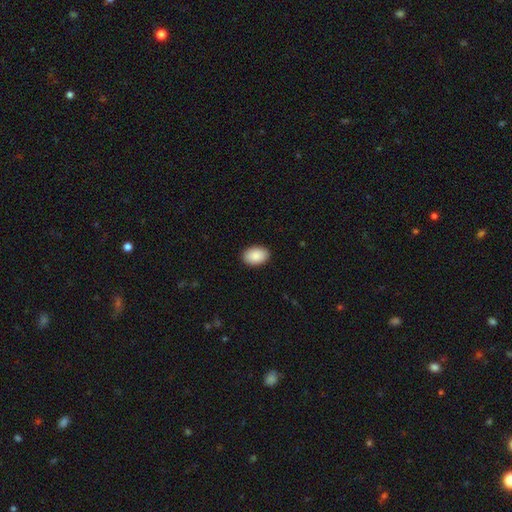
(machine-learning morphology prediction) The model was most divided on "how rounded": in between: 87%, round: 12%, cigar-shaped: 1%. More confident: smooth or featured — smooth (90%); merging — none (90%).